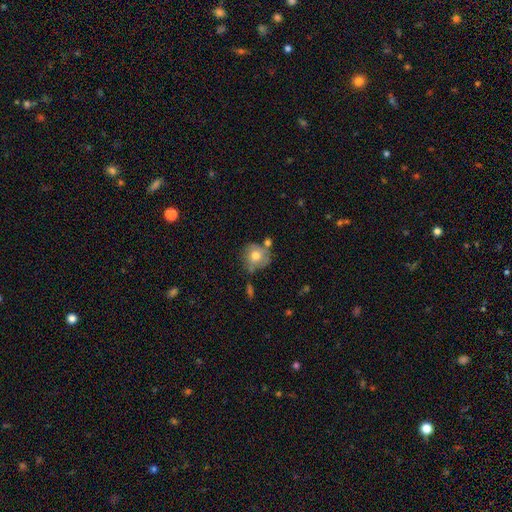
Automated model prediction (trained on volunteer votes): smooth 67%, featured or disk 24%, star or artifact 9%. Down the decision tree: how rounded — round (82%); merging — none (52%).